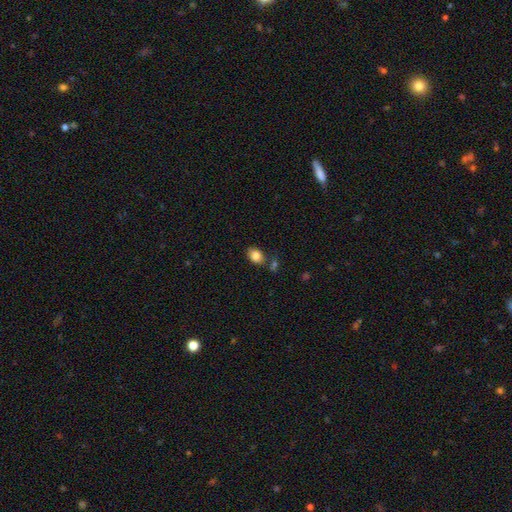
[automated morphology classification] A smooth galaxy with no disk features (85%) that is in between round and cigar-shaped (74%). Merging: none (70%).